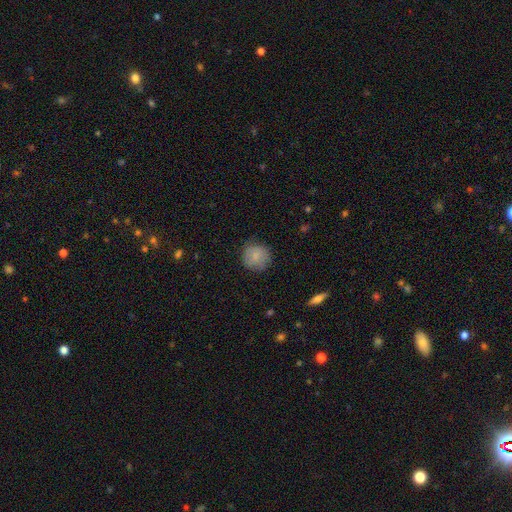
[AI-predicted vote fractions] Overall: smooth (82%). How rounded: round (91%). Merging: none (78%).